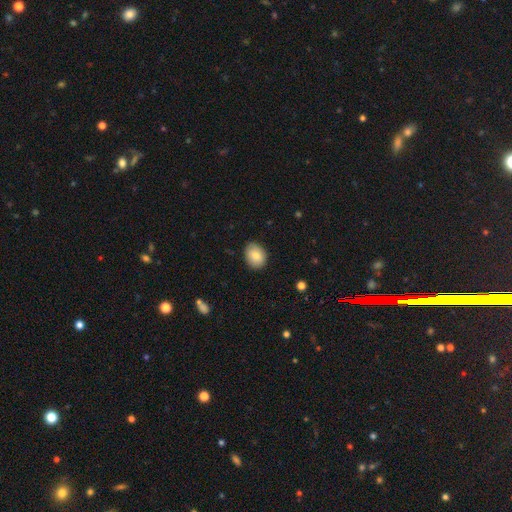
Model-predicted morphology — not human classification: smooth 83%, featured or disk 10%, star or artifact 8%. Down the decision tree: how rounded — in between (56%); merging — none (86%).